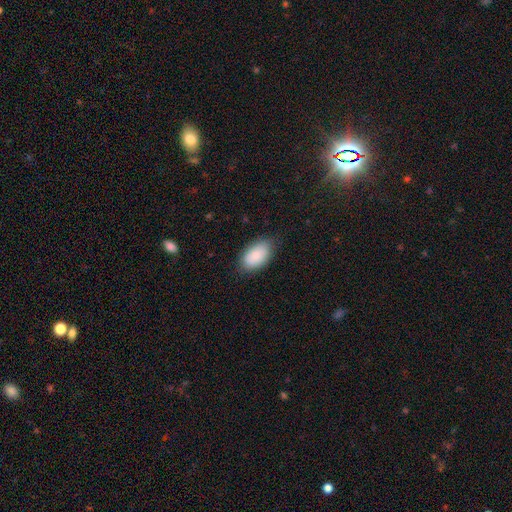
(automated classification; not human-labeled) This appears to be a smooth galaxy with no disk features (88%) that is in between round and cigar-shaped (94%). Merging: none (80%).